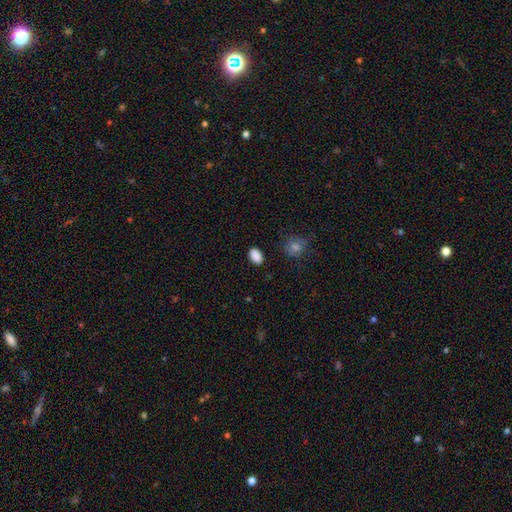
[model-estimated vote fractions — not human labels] This appears to be a smooth galaxy with no disk features (88%) that is in between round and cigar-shaped (86%). Merging: none (86%).